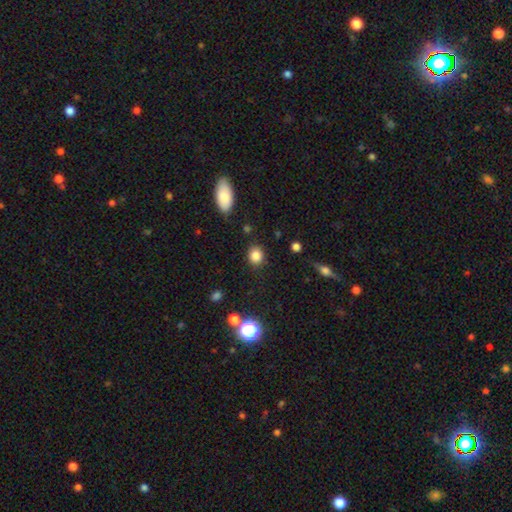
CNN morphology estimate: Smooth or featured?
  - smooth: 83% *
  - star or artifact: 11%
  - featured or disk: 5%
How rounded?
  - round: 70% *
  - in between: 29%
  - cigar-shaped: 1%
Merging?
  - none: 86% *
  - minor disturbance: 9%
  - major disturbance: 3%
  - merger: 2%